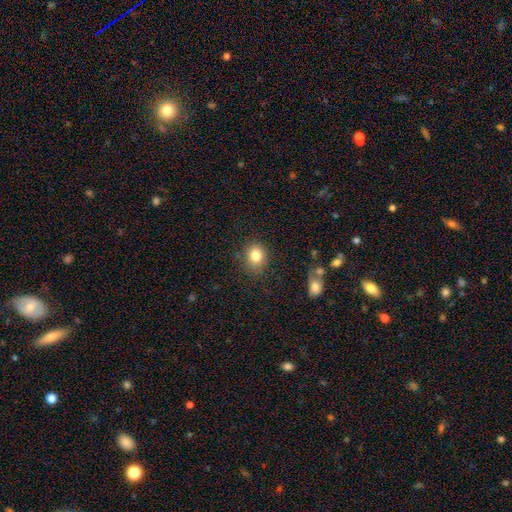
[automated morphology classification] type=smooth (81%); roundness=round (61%); merging=none (82%).